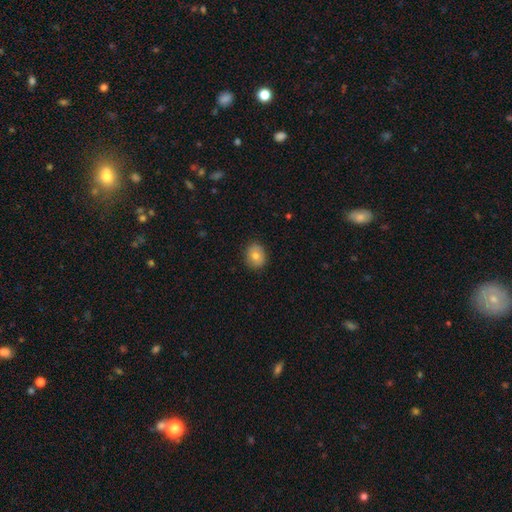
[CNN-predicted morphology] A smooth galaxy with no disk features (74%) that is round (67%).

Vote fractions:
- Smooth or featured? smooth: 74% / featured or disk: 17% / star or artifact: 8%
- How rounded? round: 67% / in between: 32% / cigar-shaped: 1%
- Merging? none: 88% / minor disturbance: 9% / major disturbance: 2% / merger: 1%